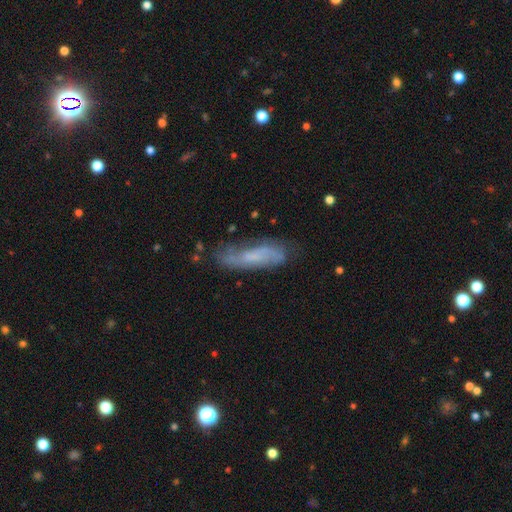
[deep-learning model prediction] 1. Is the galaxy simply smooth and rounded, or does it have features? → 50% featured or disk, 40% smooth, 9% star or artifact.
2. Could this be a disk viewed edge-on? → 71% no, 29% yes.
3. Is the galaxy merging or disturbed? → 66% none, 23% minor disturbance, 8% major disturbance, 3% merger.